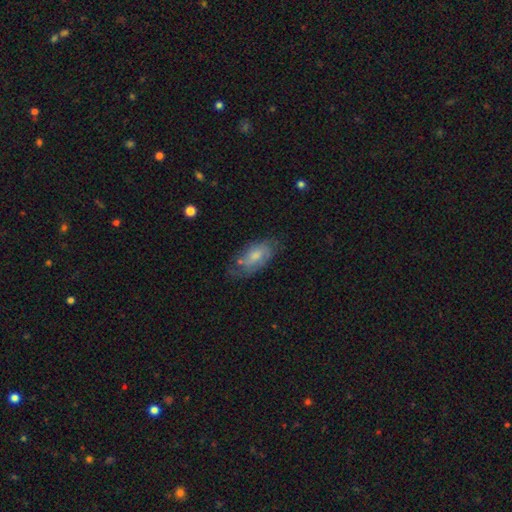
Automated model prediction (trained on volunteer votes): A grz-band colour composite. It shows a smooth galaxy with no disk features (52%) that is in between round and cigar-shaped (90%). Merging: none (56%).